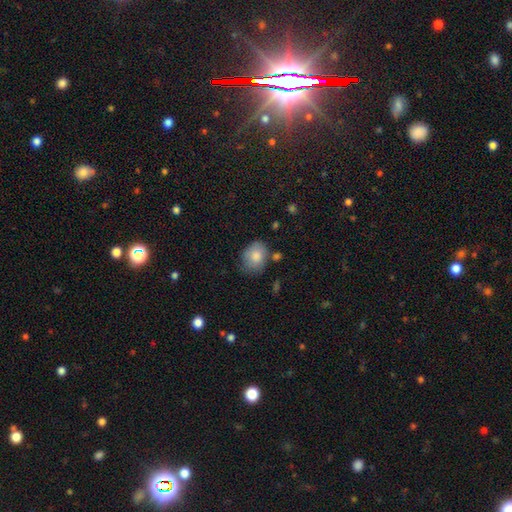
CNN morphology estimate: Smooth or featured: smooth — 81% (featured or disk — 12%)
How rounded: in between — 58% (round — 41%)
Merging: none — 59% (minor disturbance — 27%)